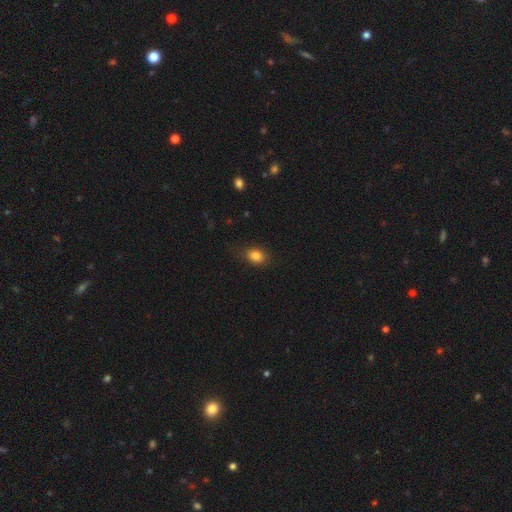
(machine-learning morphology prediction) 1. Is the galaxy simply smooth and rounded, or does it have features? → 83% smooth, 10% star or artifact, 6% featured or disk.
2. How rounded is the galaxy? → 64% in between, 35% round, 1% cigar-shaped.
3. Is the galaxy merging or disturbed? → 82% none, 14% minor disturbance, 4% major disturbance, 1% merger.